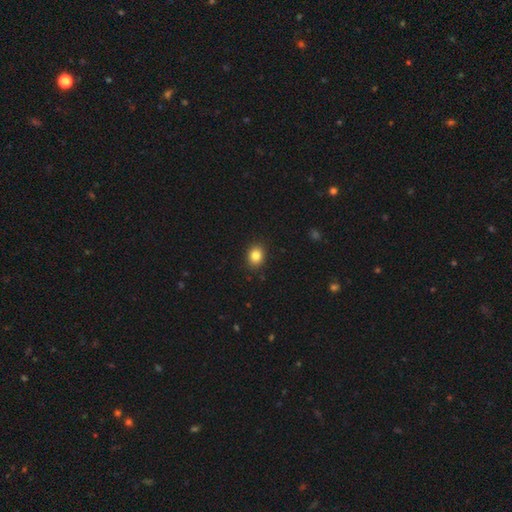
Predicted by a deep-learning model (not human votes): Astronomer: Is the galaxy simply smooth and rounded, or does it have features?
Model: smooth — 84%.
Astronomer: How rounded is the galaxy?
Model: round — 57% (runner-up: in between, 42%).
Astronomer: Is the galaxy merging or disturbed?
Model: none — 90%.